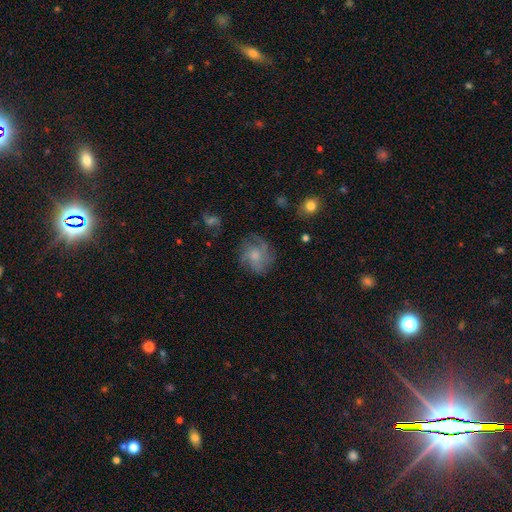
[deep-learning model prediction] Smooth or featured: featured or disk — 53% (smooth — 37%)
Edge-on disk: no — 97% (yes — 3%)
Bar: no — 78% (weak — 20%)
Spiral arms: yes — 82% (no — 18%)
Bulge size: moderate — 45% (small — 36%)
Merging: none — 68% (minor disturbance — 19%)